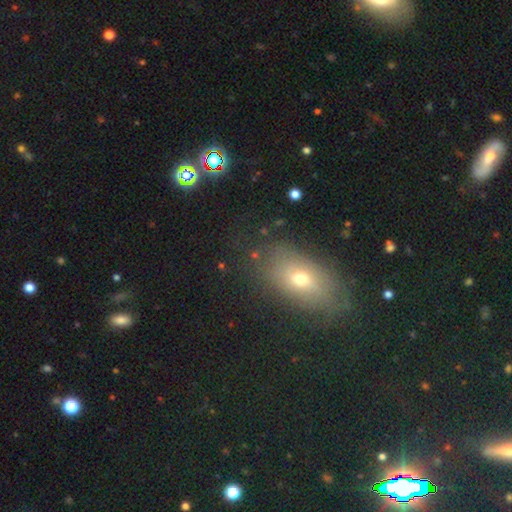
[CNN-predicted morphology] This appears to be a smooth galaxy with no disk features (55%) that is in between round and cigar-shaped (74%). Merging: none (74%).